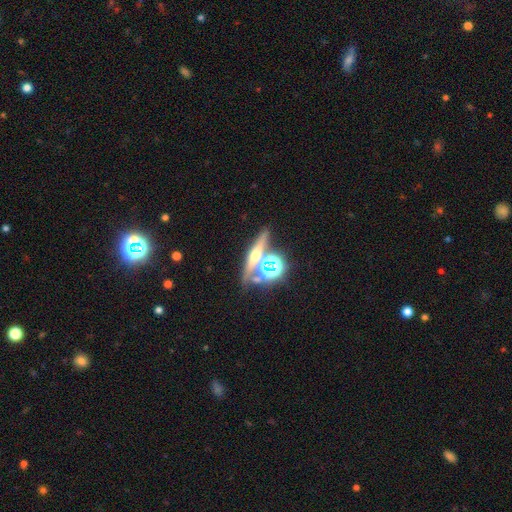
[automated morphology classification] A featured or disk galaxy (38%). Merging: none (66%).